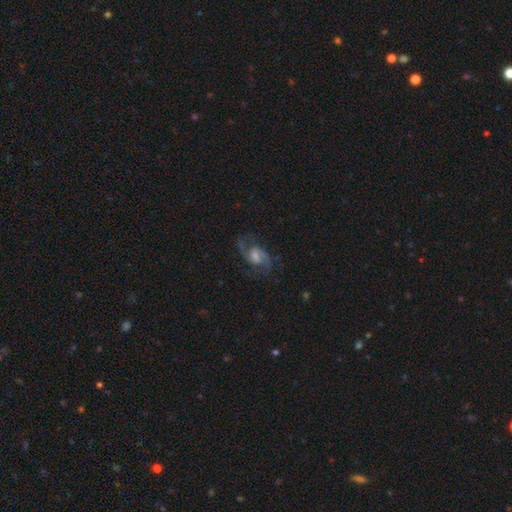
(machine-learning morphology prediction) Smooth or featured? Predicted: featured or disk (p=0.85). Edge-on disk? Predicted: no (p=0.97). Bar? Predicted: weak (p=0.50). Spiral arms? Predicted: yes (p=0.97). Spiral winding? Predicted: medium (p=0.55). Spiral arm count? Predicted: 2 (p=0.90). Bulge size? Predicted: moderate (p=0.38). Merging? Predicted: none (p=0.76).